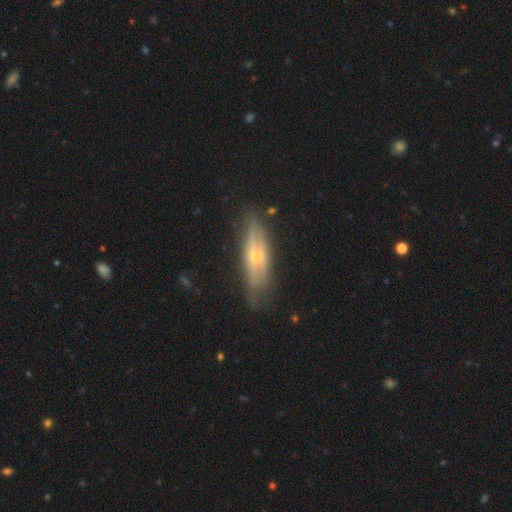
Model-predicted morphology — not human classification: This appears to be a featured or disk galaxy (66%) viewed edge-on (76%) with a rounded central bulge (82%). Merging: none (76%).